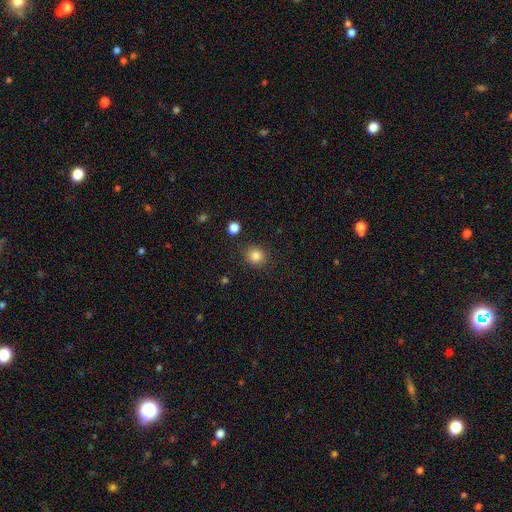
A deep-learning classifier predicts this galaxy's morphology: smooth-or-featured: smooth: 84% | star or artifact: 11% | featured or disk: 5%
  how-rounded: round: 82% | in between: 17% | cigar-shaped: 1%
  merging: none: 86% | minor disturbance: 9% | major disturbance: 3% | merger: 2%